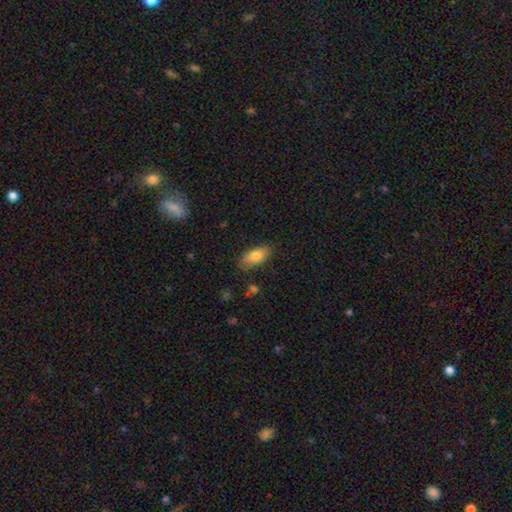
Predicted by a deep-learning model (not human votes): Smooth or featured: smooth — 81% (featured or disk — 12%)
How rounded: in between — 86% (cigar-shaped — 11%)
Merging: none — 80% (minor disturbance — 15%)